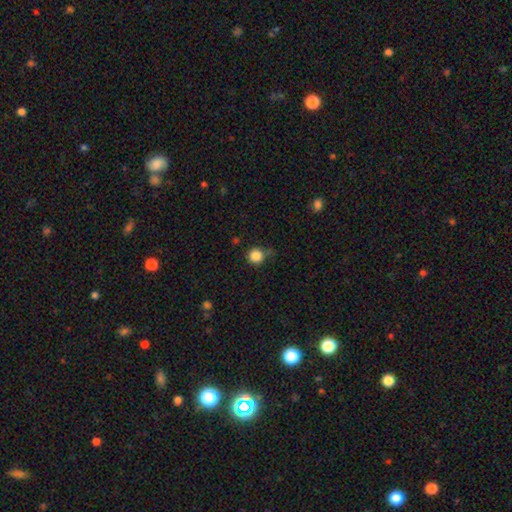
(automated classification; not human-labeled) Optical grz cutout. It shows a smooth galaxy with no disk features (85%) that is round (94%). Merging: none (74%).